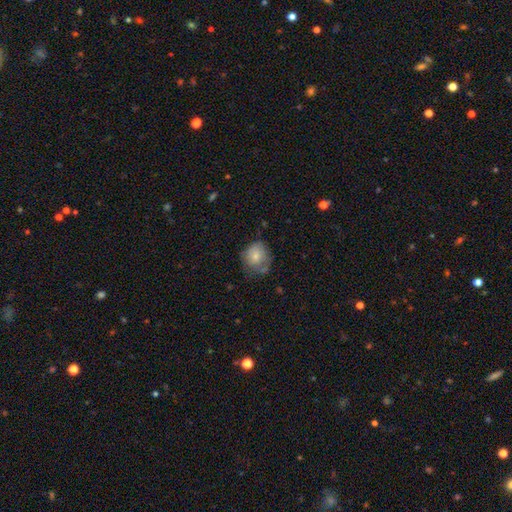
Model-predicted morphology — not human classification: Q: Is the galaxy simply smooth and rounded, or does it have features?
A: smooth — 74%.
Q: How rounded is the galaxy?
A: round — 68%.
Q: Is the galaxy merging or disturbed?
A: none — 50%.